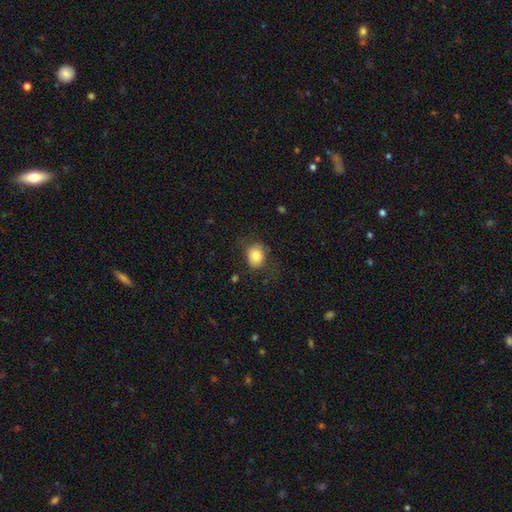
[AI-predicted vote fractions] Overall: smooth (81%). How rounded: round (62%; in between 37%). Merging: none (68%).